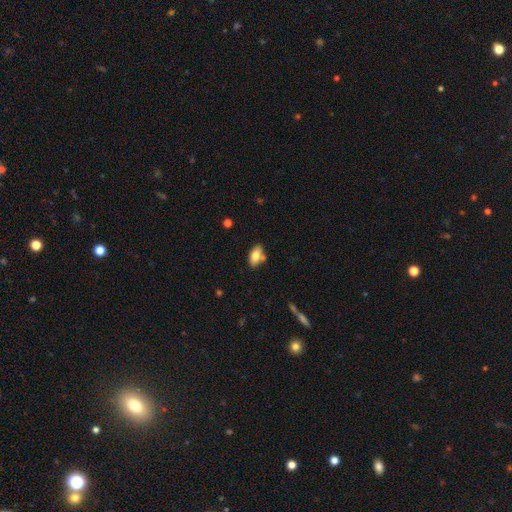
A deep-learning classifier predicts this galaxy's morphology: smooth-or-featured: smooth: 76% | featured or disk: 17% | star or artifact: 8%
  how-rounded: in between: 91% | round: 5% | cigar-shaped: 4%
  merging: none: 70% | minor disturbance: 16% | merger: 11% | major disturbance: 3%